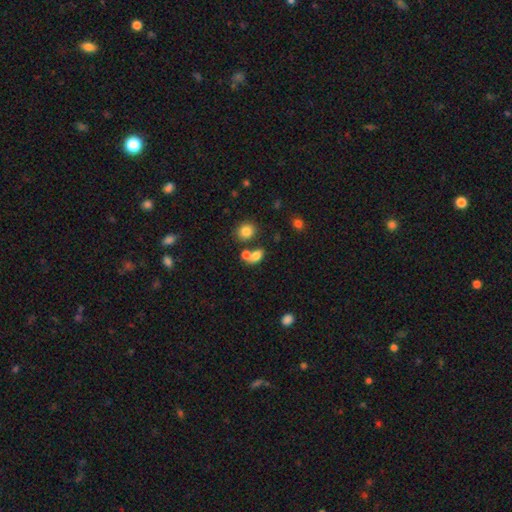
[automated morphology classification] smooth 77%, star or artifact 12%, featured or disk 11%. Down the decision tree: how rounded — in between (68%); merging — none (43%).